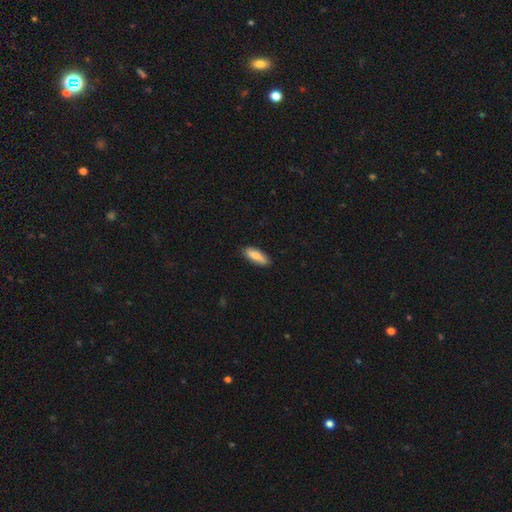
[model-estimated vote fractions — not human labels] Smooth or featured?
  - smooth: 75% *
  - featured or disk: 19%
  - star or artifact: 6%
How rounded?
  - in between: 62% *
  - cigar-shaped: 36%
  - round: 2%
Merging?
  - none: 84% *
  - minor disturbance: 13%
  - major disturbance: 2%
  - merger: 1%